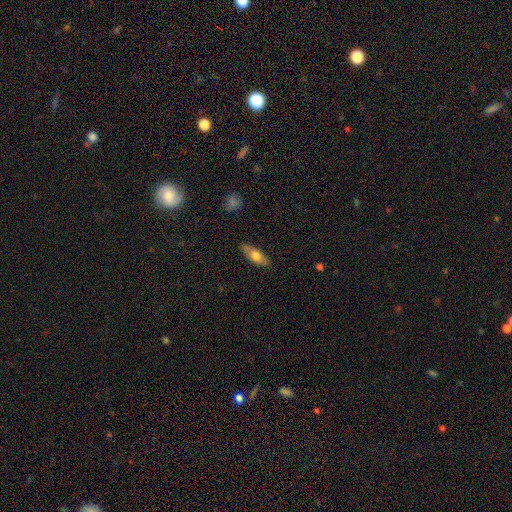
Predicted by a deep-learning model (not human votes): Q: Smooth or featured?
A: smooth (65%); runner-up: featured or disk (28%)
Q: How rounded?
A: in between (65%); runner-up: cigar-shaped (32%)
Q: Merging?
A: none (84%); runner-up: minor disturbance (12%)